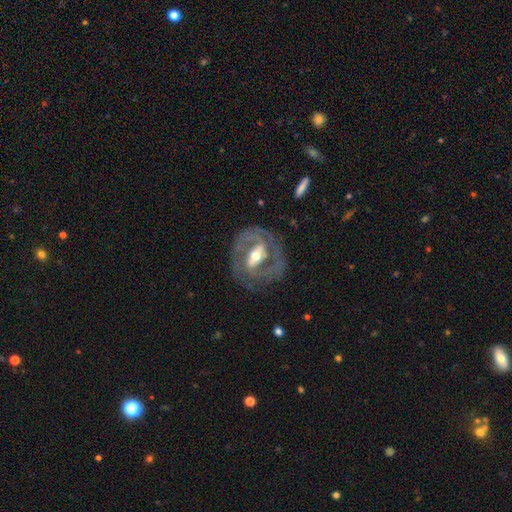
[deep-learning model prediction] Morphology: type=featured or disk (86%); edge-on=no (95%); bar=strong (55%); spiral arms=yes (86%); winding=tight (47%); arm count=2 (80%); bulge=moderate (66%); merging=none (76%).